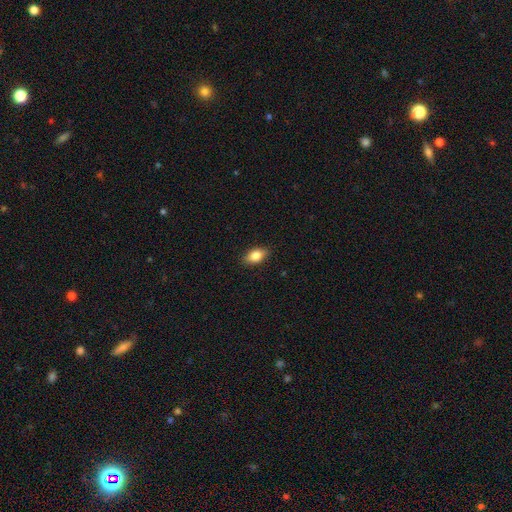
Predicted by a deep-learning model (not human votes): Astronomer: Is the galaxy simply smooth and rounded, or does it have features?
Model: smooth — 81%.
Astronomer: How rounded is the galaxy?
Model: in between — 86%.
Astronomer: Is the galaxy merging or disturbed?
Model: none — 87%.